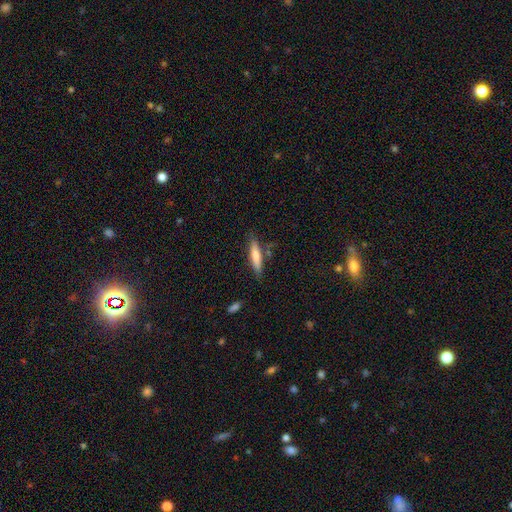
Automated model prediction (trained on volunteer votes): smooth 68%, featured or disk 26%, star or artifact 6%. Down the decision tree: how rounded — cigar-shaped (83%); merging — none (78%).